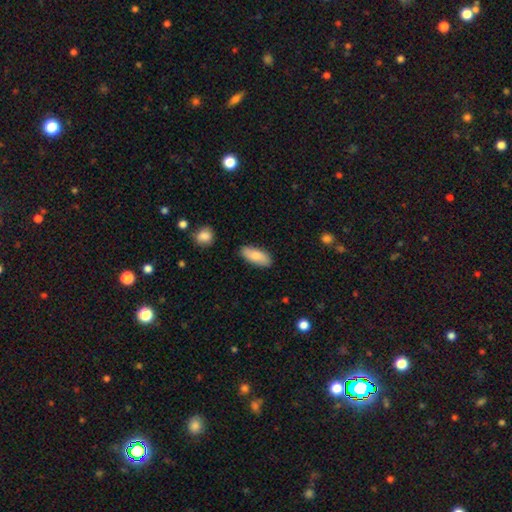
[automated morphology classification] Smooth or featured? smooth (83%)
How rounded? in between (83%)
Merging? none (85%)